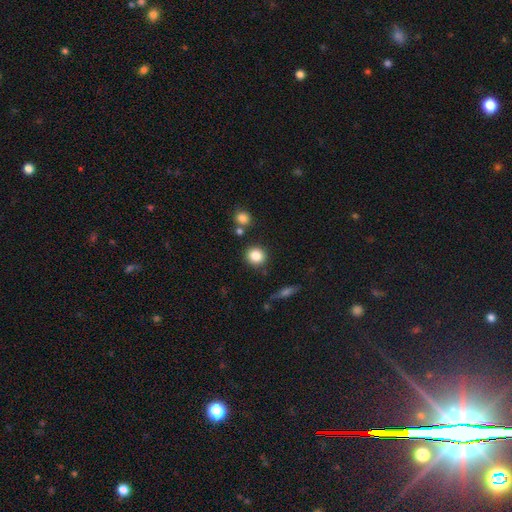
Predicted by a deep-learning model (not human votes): Smooth or featured: smooth — 84% (star or artifact — 10%)
How rounded: round — 89% (in between — 10%)
Merging: none — 84% (minor disturbance — 8%)